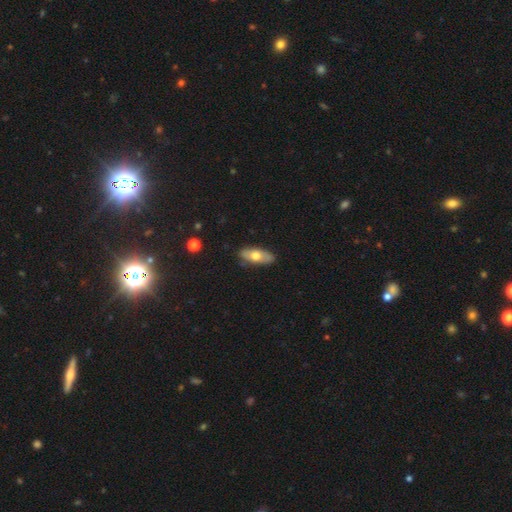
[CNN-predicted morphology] Q: Smooth or featured?
A: smooth (61%); runner-up: featured or disk (34%)
Q: How rounded?
A: in between (79%); runner-up: cigar-shaped (17%)
Q: Merging?
A: none (84%); runner-up: minor disturbance (12%)